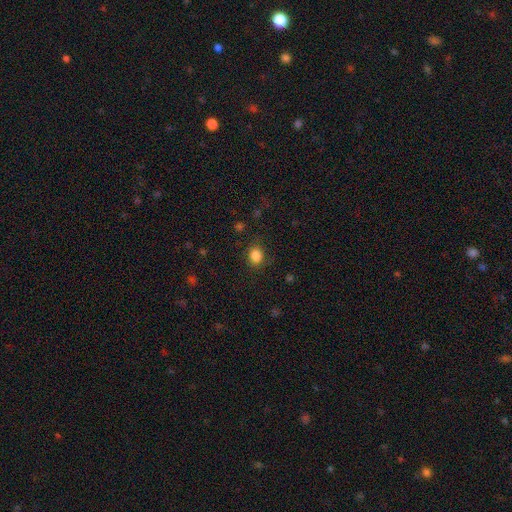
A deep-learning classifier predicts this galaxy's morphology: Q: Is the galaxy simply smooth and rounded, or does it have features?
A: smooth — 85%.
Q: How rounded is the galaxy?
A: round — 60%.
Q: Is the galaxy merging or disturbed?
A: none — 85%.